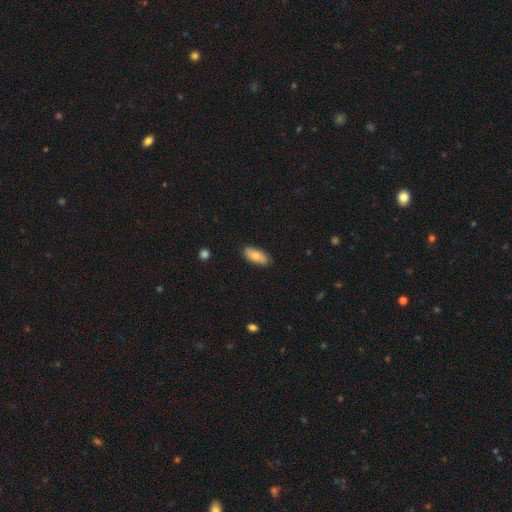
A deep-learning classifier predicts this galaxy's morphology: Q: Smooth or featured?
A: smooth (74%); runner-up: featured or disk (19%)
Q: How rounded?
A: in between (89%); runner-up: cigar-shaped (8%)
Q: Merging?
A: none (85%); runner-up: minor disturbance (12%)